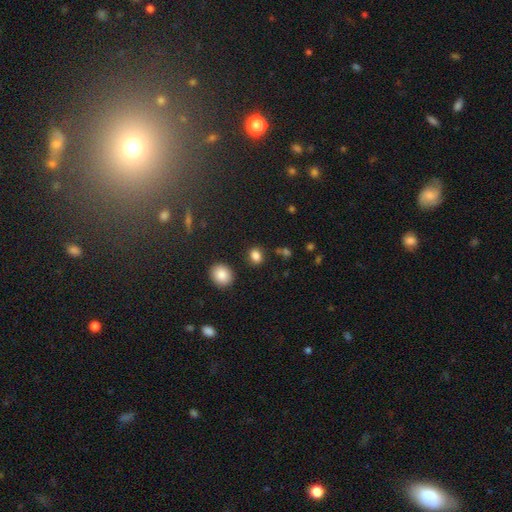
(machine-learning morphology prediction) Q: Smooth or featured?
A: smooth (83%); runner-up: star or artifact (12%)
Q: How rounded?
A: in between (55%); runner-up: round (43%)
Q: Merging?
A: none (81%); runner-up: minor disturbance (10%)